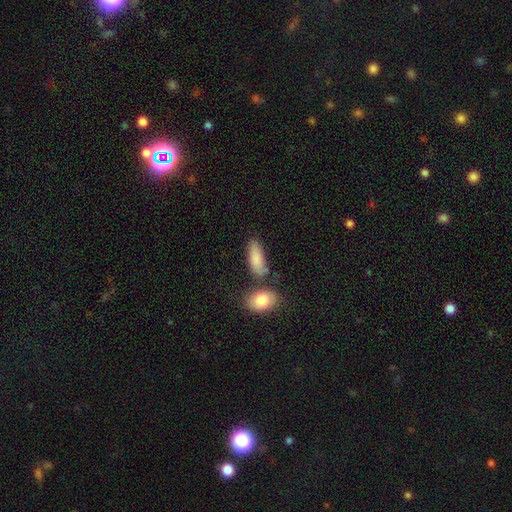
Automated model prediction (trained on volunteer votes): Morphology: type=smooth (83%); roundness=in between (75%); merging=none (61%).